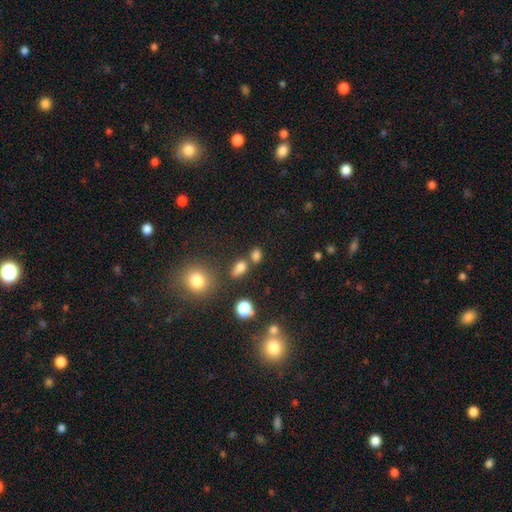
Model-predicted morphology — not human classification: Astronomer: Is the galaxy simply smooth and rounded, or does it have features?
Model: smooth — 74%.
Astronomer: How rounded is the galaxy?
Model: in between — 66%.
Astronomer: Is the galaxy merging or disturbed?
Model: none — 57%.